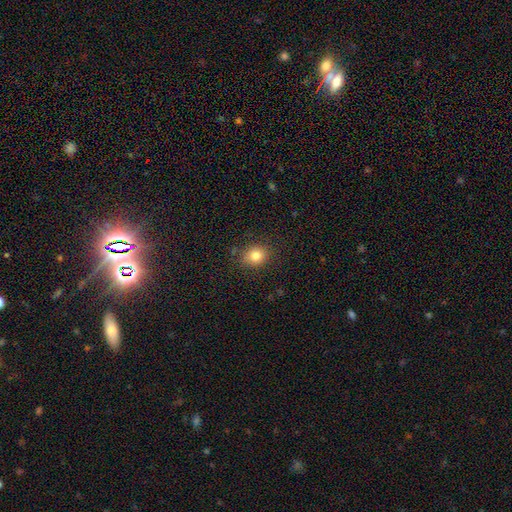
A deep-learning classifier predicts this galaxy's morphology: This is clearly a smooth galaxy (81%). How rounded: likely round (64%). Merging: clearly none (84%).